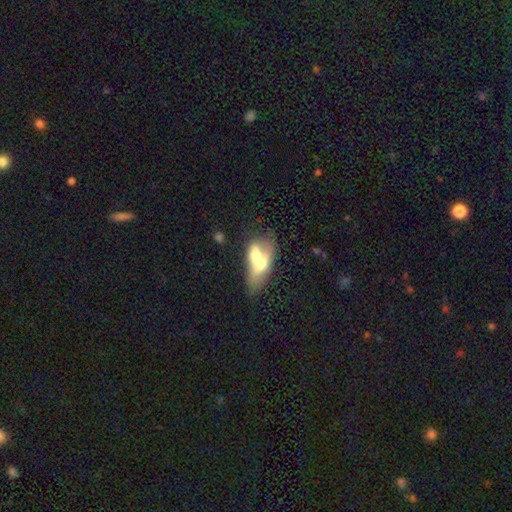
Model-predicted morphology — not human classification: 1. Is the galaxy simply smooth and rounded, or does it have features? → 54% smooth, 39% featured or disk, 7% star or artifact.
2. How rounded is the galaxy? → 74% in between, 15% cigar-shaped, 11% round.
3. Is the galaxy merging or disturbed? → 69% merger, 17% none, 8% minor disturbance, 7% major disturbance.